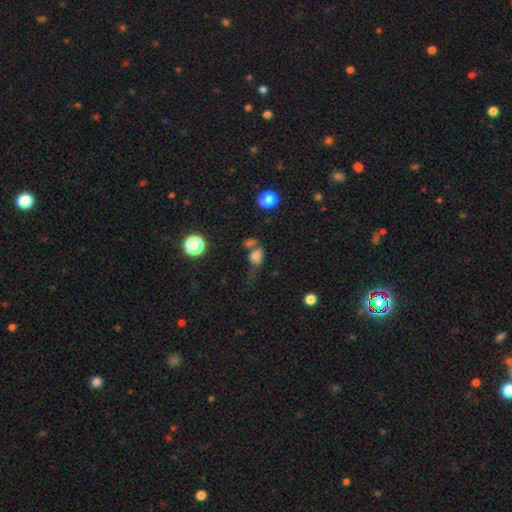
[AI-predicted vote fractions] A smooth galaxy with no disk features (70%) that is in between round and cigar-shaped (65%). Merging: none (31%).